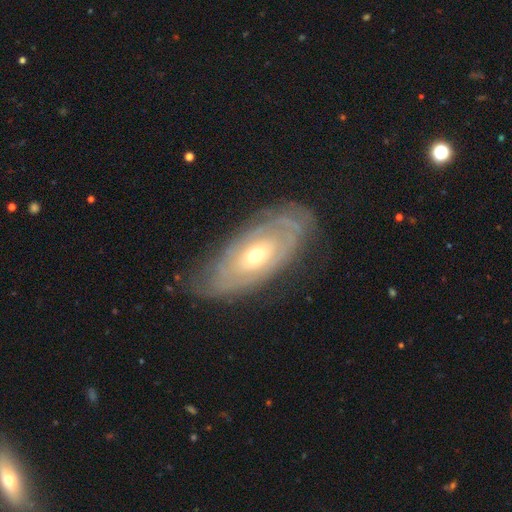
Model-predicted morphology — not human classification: featured or disk 75%, smooth 19%, star or artifact 6%. Down the decision tree: edge-on disk — no (90%); bar — no (79%); spiral arms — yes (73%); bulge size — moderate (48%); merging — none (73%).